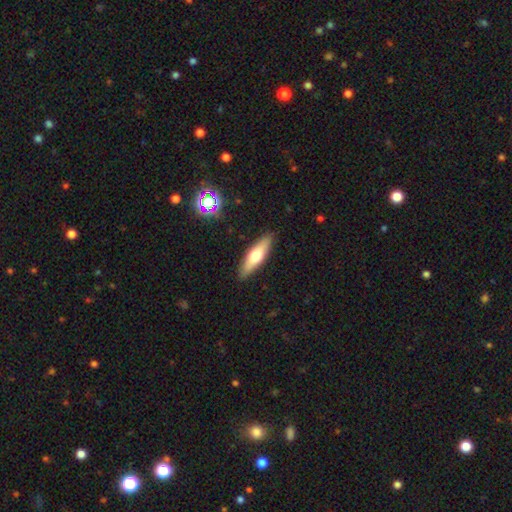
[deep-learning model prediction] Smooth or featured? Predicted: smooth (p=0.55). How rounded? Predicted: cigar-shaped (p=0.61). Merging? Predicted: none (p=0.89).